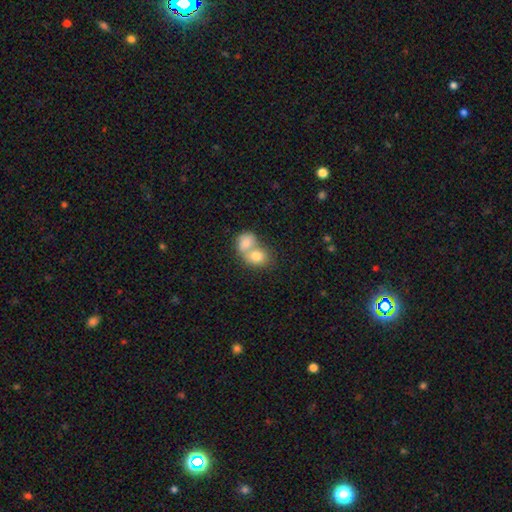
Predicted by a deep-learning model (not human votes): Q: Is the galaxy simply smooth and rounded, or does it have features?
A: smooth — 55%.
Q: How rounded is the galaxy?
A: round — 50%.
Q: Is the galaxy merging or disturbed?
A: merger — 48%.